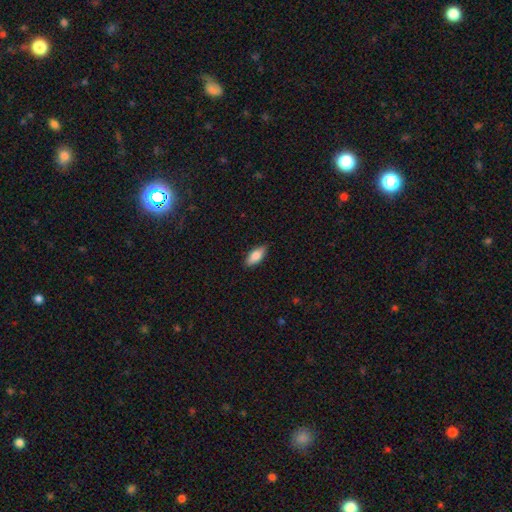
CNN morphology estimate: Smooth or featured? smooth (81%)
How rounded? in between (82%)
Merging? none (87%)